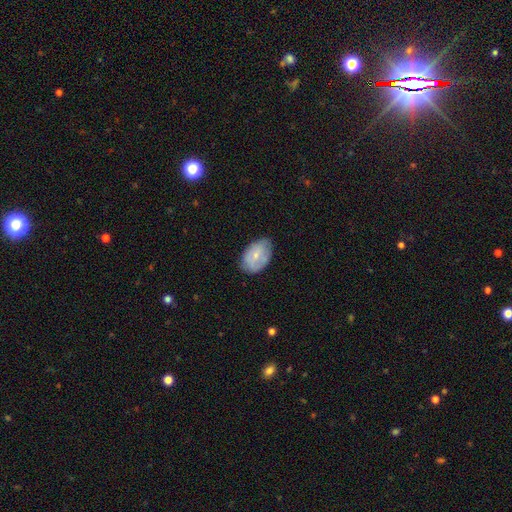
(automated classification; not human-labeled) Smooth or featured? smooth (64%)
How rounded? in between (85%)
Merging? none (66%)